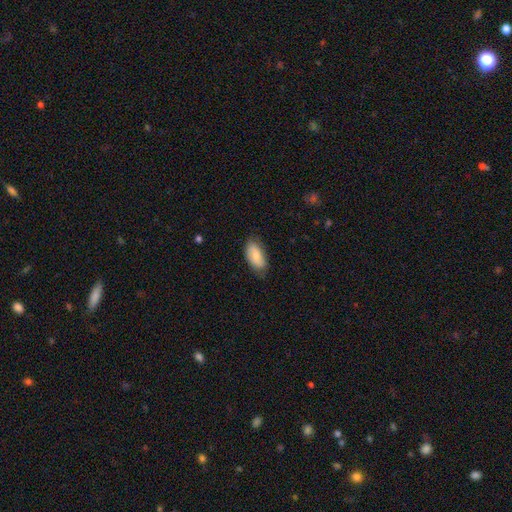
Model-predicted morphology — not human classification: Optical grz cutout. It shows a smooth galaxy with no disk features (80%) that is in between round and cigar-shaped (94%). Merging: none (74%).